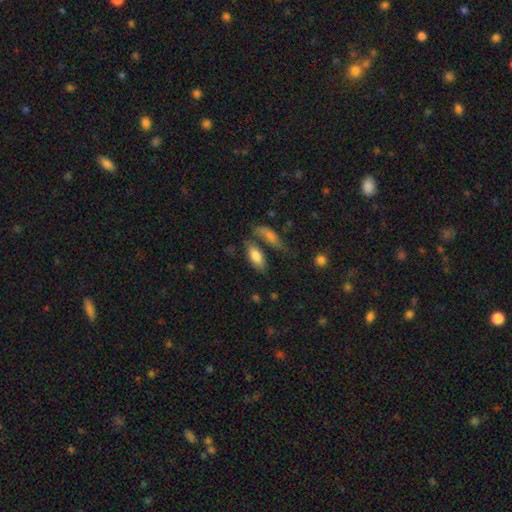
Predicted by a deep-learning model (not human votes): Smooth or featured?
  - smooth: 78% *
  - featured or disk: 15%
  - star or artifact: 7%
How rounded?
  - in between: 82% *
  - cigar-shaped: 15%
  - round: 3%
Merging?
  - none: 54% *
  - merger: 25%
  - minor disturbance: 14%
  - major disturbance: 7%